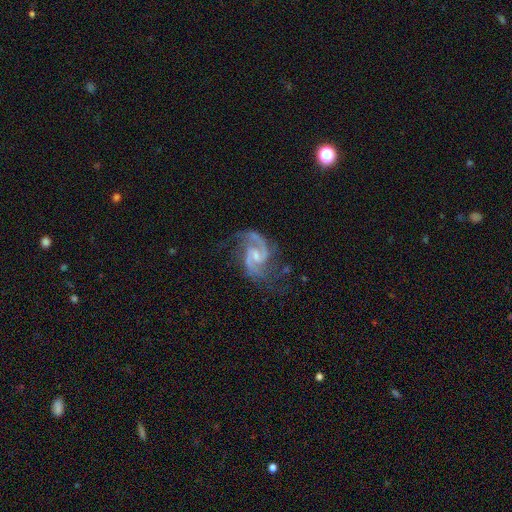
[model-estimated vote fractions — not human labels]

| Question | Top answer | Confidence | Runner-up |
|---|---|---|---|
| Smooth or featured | featured or disk | 93% | star or artifact (4%) |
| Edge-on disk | no | 98% | yes (2%) |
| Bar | weak | 55% | no (33%) |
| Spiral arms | yes | 98% | no (2%) |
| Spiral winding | medium | 61% | loose (24%) |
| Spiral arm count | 2 | 92% | 3 (2%) |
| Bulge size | small | 55% | moderate (31%) |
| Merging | none | 65% | minor disturbance (21%) |